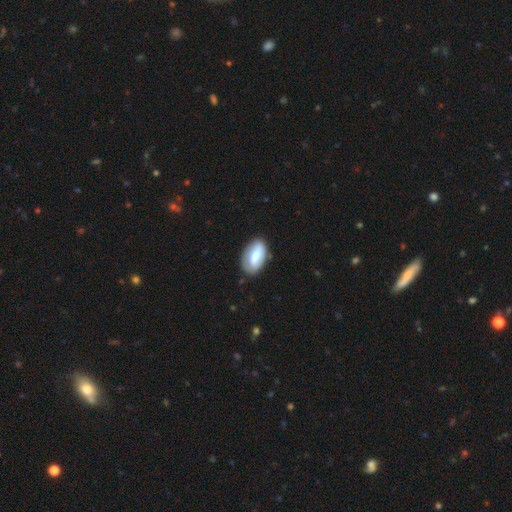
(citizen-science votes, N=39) This is possibly a smooth galaxy (54%). How rounded: clearly in between (95%). Merging: likely none (68%).